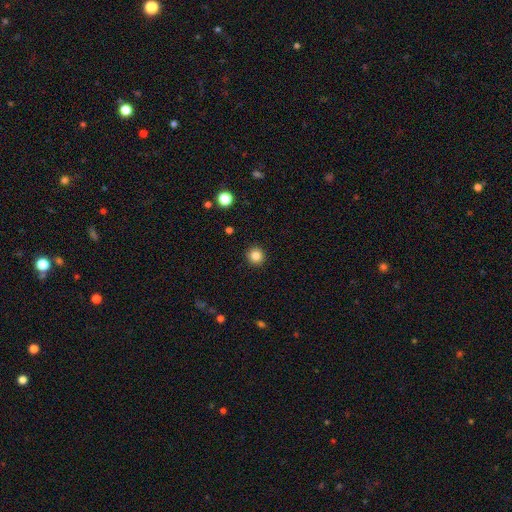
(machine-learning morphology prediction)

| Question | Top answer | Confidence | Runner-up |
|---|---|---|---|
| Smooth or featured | smooth | 84% | star or artifact (11%) |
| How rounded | round | 94% | in between (5%) |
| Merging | none | 93% | minor disturbance (5%) |